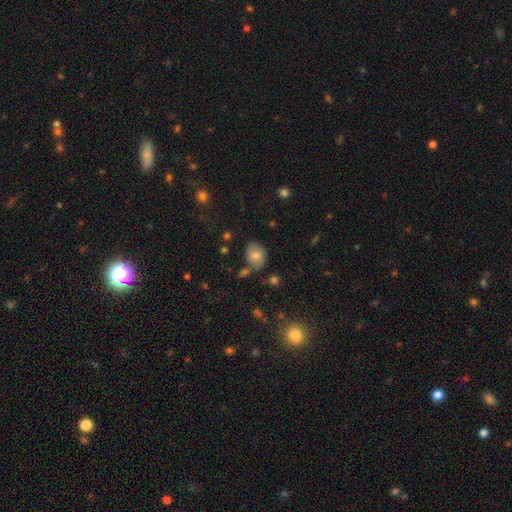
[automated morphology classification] A smooth galaxy with no disk features (77%) that is in between round and cigar-shaped (56%). Merging: none (64%).